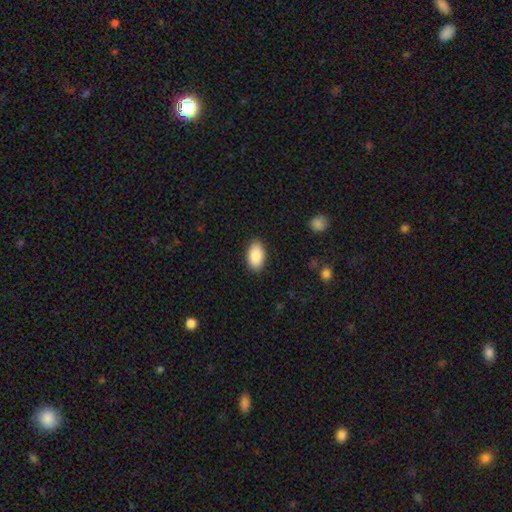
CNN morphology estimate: type=smooth (89%); roundness=in between (94%); merging=none (87%).